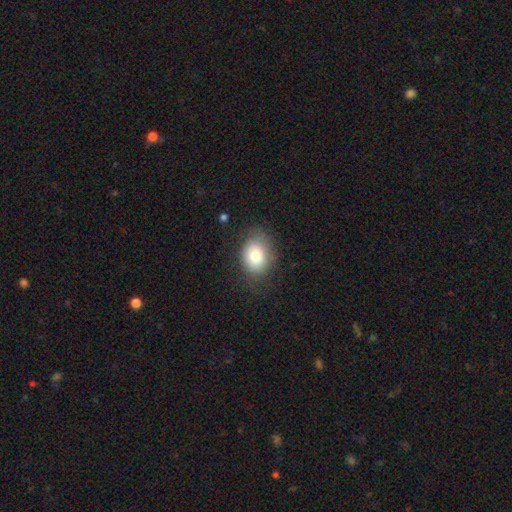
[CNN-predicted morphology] Q: Smooth or featured?
A: smooth (80%); runner-up: featured or disk (11%)
Q: How rounded?
A: in between (60%); runner-up: round (40%)
Q: Merging?
A: none (75%); runner-up: minor disturbance (17%)